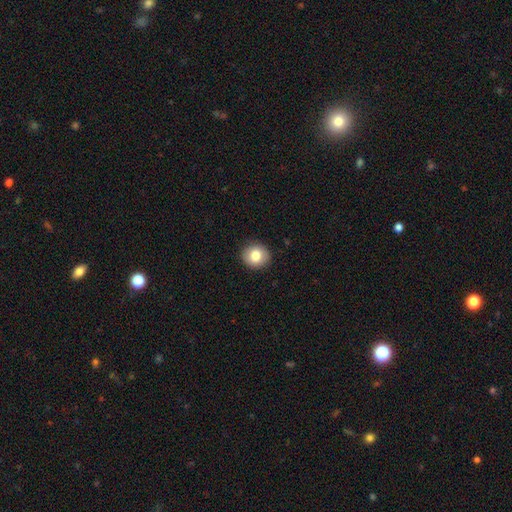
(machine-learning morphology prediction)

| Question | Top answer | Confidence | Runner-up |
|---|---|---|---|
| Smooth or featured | smooth | 82% | featured or disk (9%) |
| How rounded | round | 85% | in between (14%) |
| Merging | none | 91% | minor disturbance (6%) |